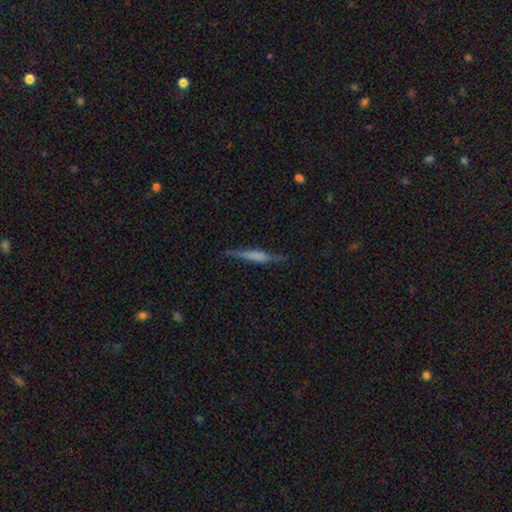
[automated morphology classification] smooth_or_featured: featured or disk (p=0.49) [alt: smooth p=0.44]
merging: none (p=0.79) [alt: minor disturbance p=0.15]